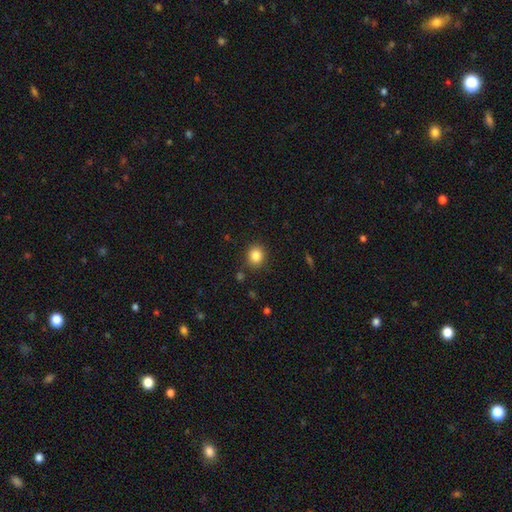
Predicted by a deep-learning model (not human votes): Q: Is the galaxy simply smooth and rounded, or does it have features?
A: smooth — 85%.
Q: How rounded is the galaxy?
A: round — 77%.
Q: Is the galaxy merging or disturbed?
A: none — 88%.